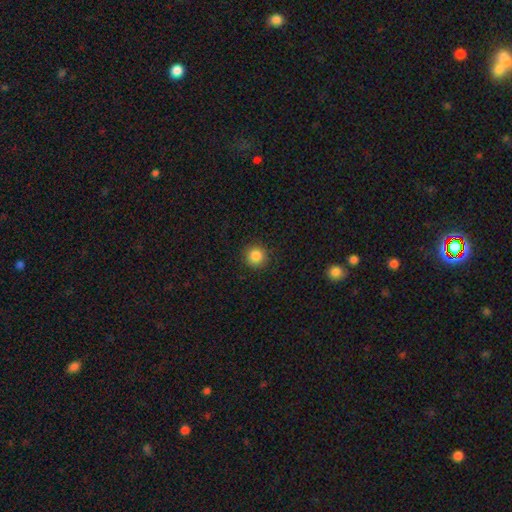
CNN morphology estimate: Smooth or featured: smooth — 85% (star or artifact — 11%)
How rounded: round — 94% (in between — 5%)
Merging: none — 91% (minor disturbance — 6%)